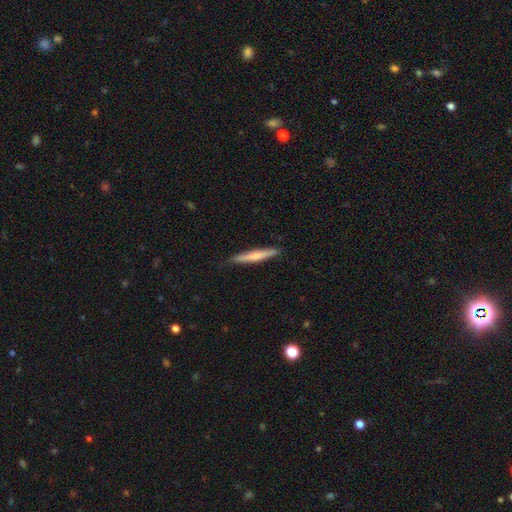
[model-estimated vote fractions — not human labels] Smooth or featured: smooth — 62% (featured or disk — 33%)
How rounded: cigar-shaped — 94% (in between — 4%)
Merging: none — 86% (minor disturbance — 11%)